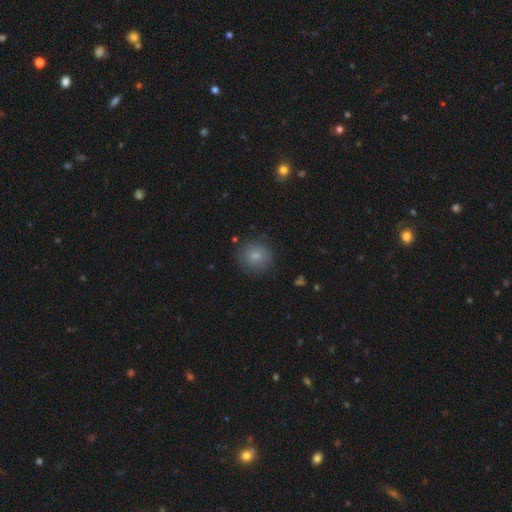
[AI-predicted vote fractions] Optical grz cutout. It shows a smooth galaxy with no disk features (80%) that is round (86%). Merging: none (81%).